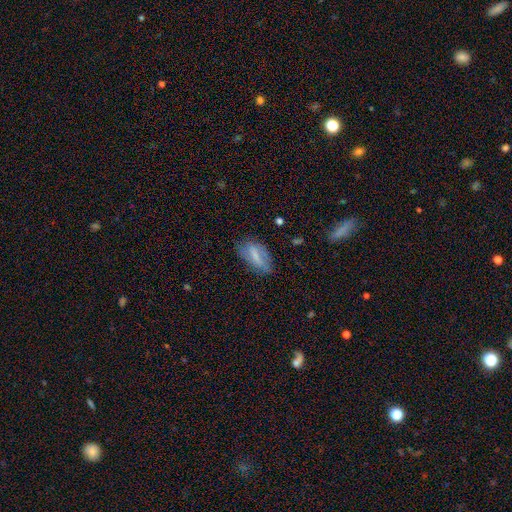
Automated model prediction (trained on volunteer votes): Smooth or featured?
  - smooth: 59% *
  - featured or disk: 32%
  - star or artifact: 9%
How rounded?
  - in between: 80% *
  - cigar-shaped: 17%
  - round: 4%
Merging?
  - none: 67% *
  - minor disturbance: 23%
  - major disturbance: 8%
  - merger: 2%